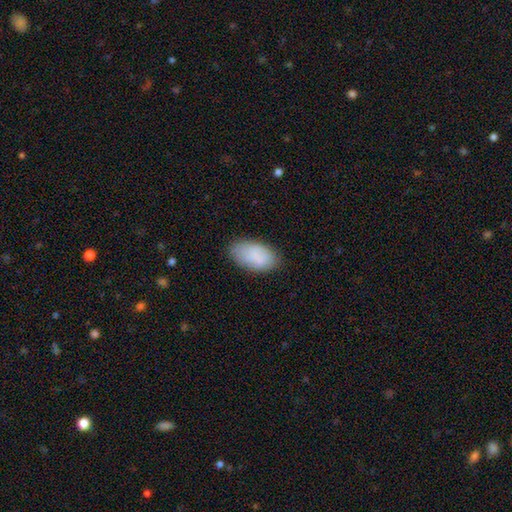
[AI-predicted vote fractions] smooth_or_featured: smooth (p=0.86) [alt: featured or disk p=0.08]
how_rounded: in between (p=0.95) [alt: round p=0.03]
merging: none (p=0.80) [alt: minor disturbance p=0.15]